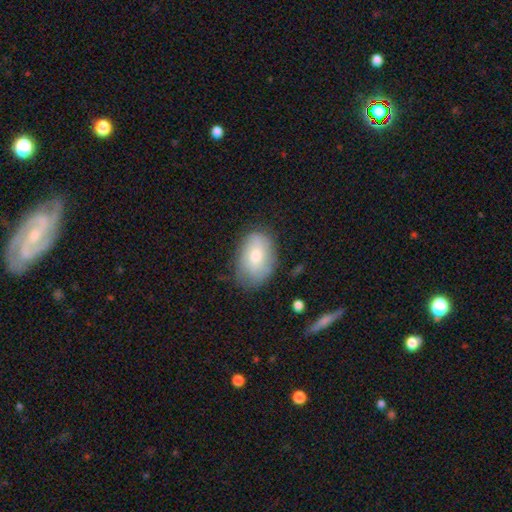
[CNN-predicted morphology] smooth 68%, featured or disk 25%, star or artifact 7%. Down the decision tree: how rounded — in between (87%); merging — none (71%).